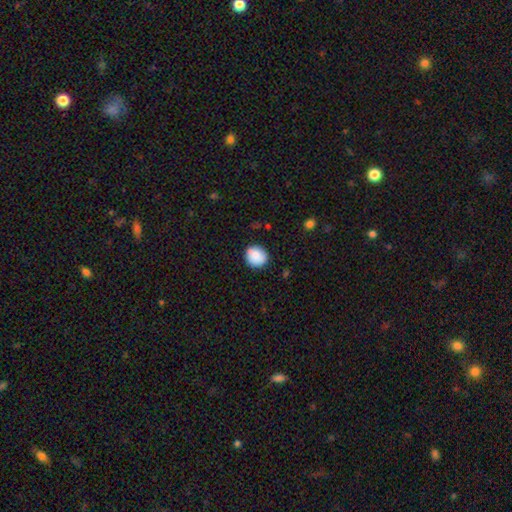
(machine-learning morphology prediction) This is clearly a smooth galaxy (87%). How rounded: clearly round (81%). Merging: clearly none (86%).